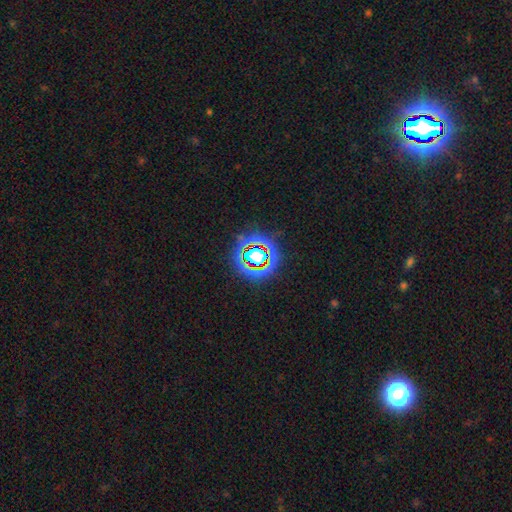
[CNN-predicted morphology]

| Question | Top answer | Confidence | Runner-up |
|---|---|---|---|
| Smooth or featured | star or artifact | 62% | smooth (24%) |